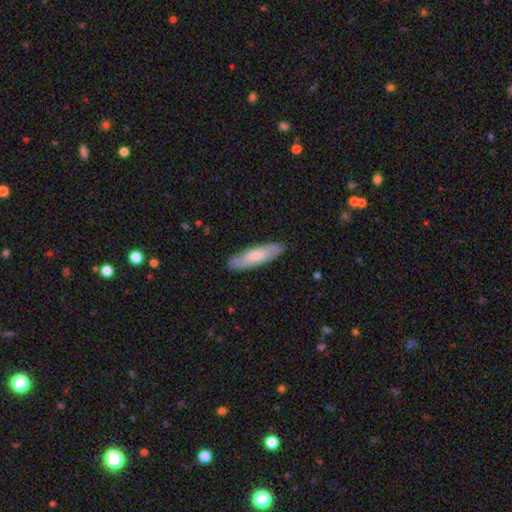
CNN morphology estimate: This is possibly a smooth galaxy (58%). How rounded: likely cigar-shaped (63%). Merging: clearly none (84%).